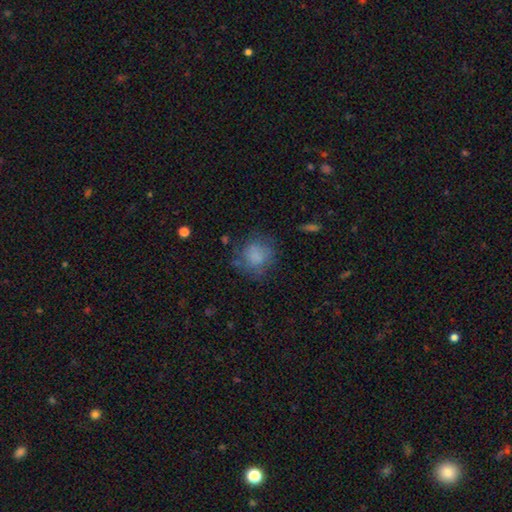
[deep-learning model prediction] Smooth or featured: smooth — 74% (featured or disk — 15%)
How rounded: round — 79% (in between — 20%)
Merging: none — 63% (minor disturbance — 22%)